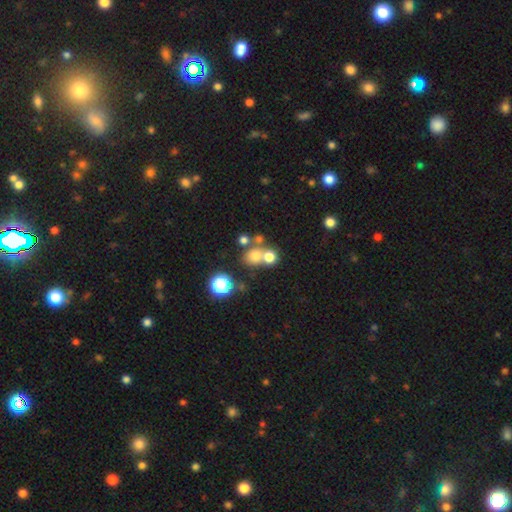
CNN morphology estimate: Smooth or featured? smooth (69%)
How rounded? round (78%)
Merging? none (50%)